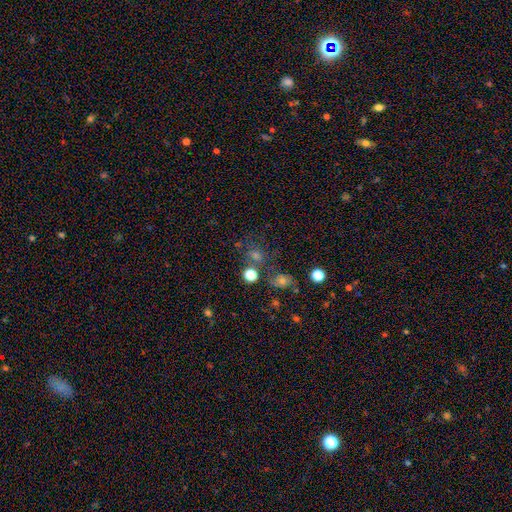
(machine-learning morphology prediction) Overall: smooth (45%; star or artifact 37%). Merging: none (60%).